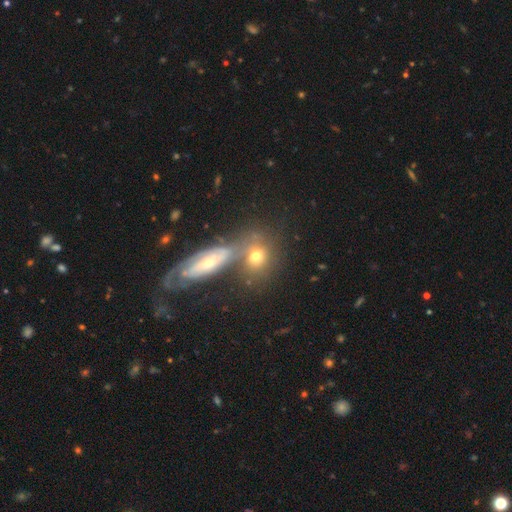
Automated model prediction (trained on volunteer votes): Smooth or featured?
  - smooth: 66% *
  - featured or disk: 21%
  - star or artifact: 13%
How rounded?
  - round: 64% *
  - in between: 31%
  - cigar-shaped: 5%
Merging?
  - none: 51% *
  - merger: 33%
  - minor disturbance: 11%
  - major disturbance: 5%